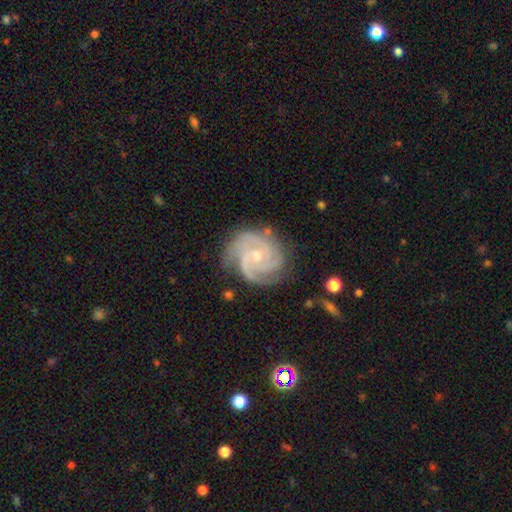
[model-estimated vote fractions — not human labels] This appears to be a featured or disk galaxy (92%) with no bar (69%), 3 (61%) tight (68%) spiral arms (99%) and a small central bulge (65%). Merging: none (77%).